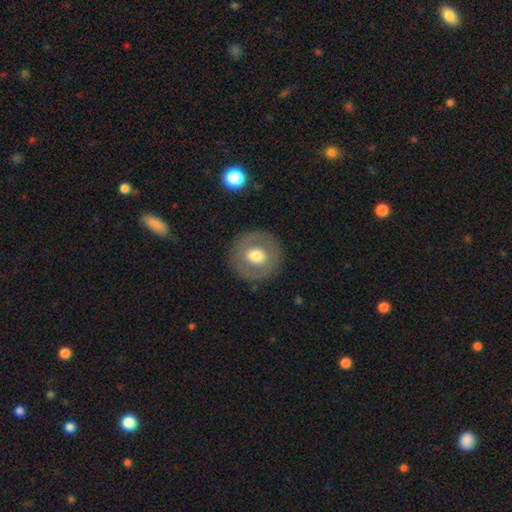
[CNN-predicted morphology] Smooth or featured? Predicted: smooth (p=0.57). How rounded? Predicted: round (p=0.93). Merging? Predicted: none (p=0.88).